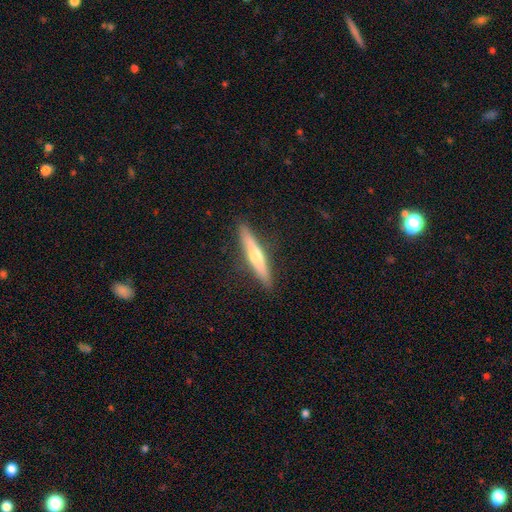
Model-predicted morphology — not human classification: type=featured or disk (52%); edge-on=yes (95%); merging=none (90%).